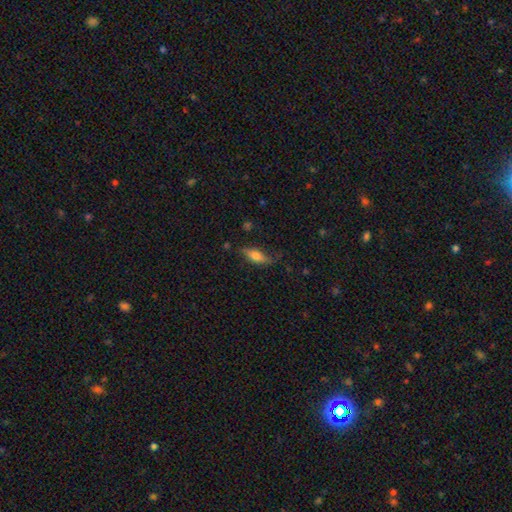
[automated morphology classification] Smooth or featured? smooth (58%)
How rounded? in between (60%)
Merging? none (69%)